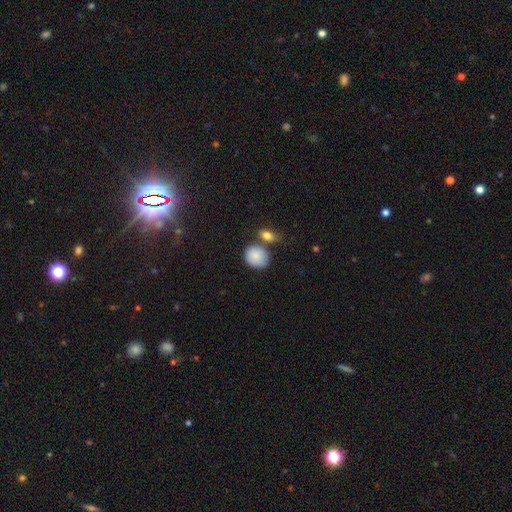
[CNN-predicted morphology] Smooth or featured? Predicted: smooth (p=0.87). How rounded? Predicted: round (p=0.65). Merging? Predicted: none (p=0.60).